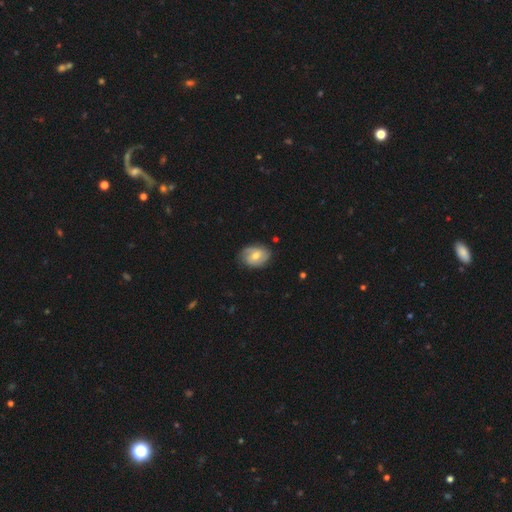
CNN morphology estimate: smooth_or_featured: featured or disk (p=0.49) [alt: smooth p=0.44]
merging: none (p=0.74) [alt: minor disturbance p=0.20]